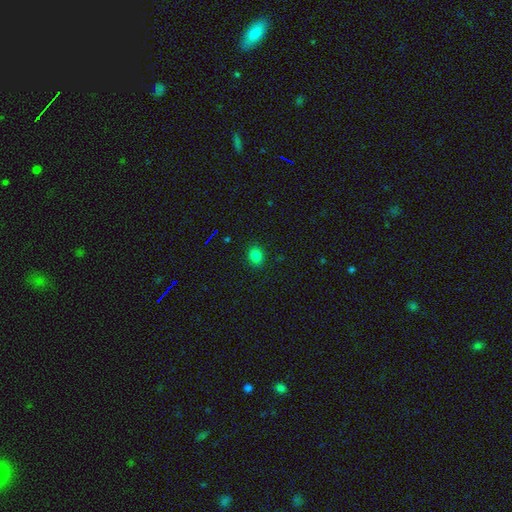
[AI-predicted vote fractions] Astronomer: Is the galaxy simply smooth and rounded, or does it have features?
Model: smooth — 81%.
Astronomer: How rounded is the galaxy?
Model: round — 60% (runner-up: in between, 39%).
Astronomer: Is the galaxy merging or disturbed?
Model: none — 89%.